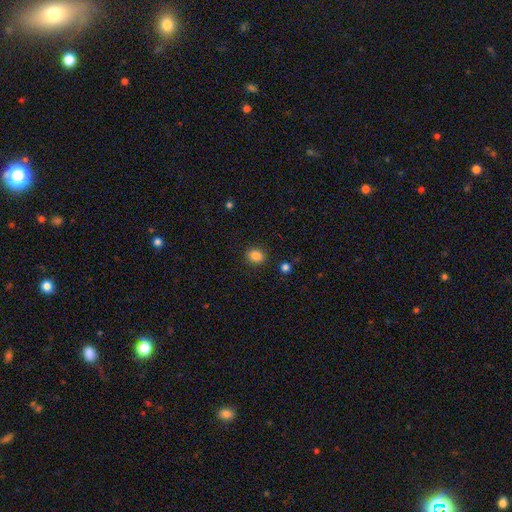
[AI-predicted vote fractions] Smooth or featured? Predicted: smooth (p=0.85). How rounded? Predicted: round (p=0.65). Merging? Predicted: none (p=0.89).